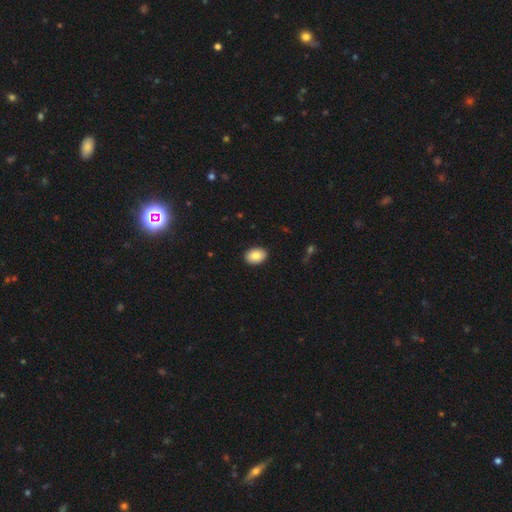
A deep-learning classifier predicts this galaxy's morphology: This is clearly a smooth galaxy (86%). How rounded: clearly in between (81%). Merging: clearly none (90%).